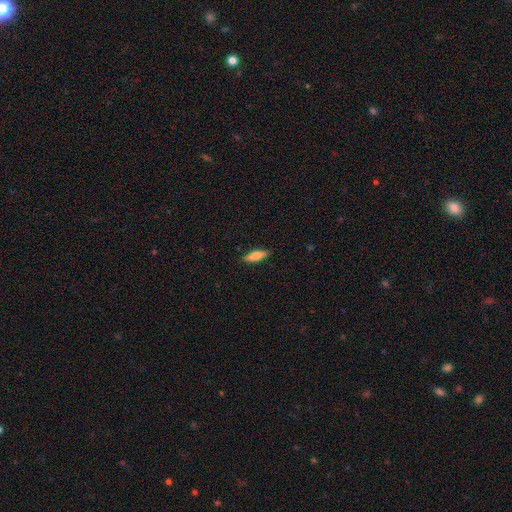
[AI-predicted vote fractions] A smooth galaxy with no disk features (77%) that is cigar-shaped (50%).

Vote fractions:
- Smooth or featured? smooth: 77% / featured or disk: 18% / star or artifact: 6%
- How rounded? cigar-shaped: 50% / in between: 48% / round: 2%
- Merging? none: 88% / minor disturbance: 9% / major disturbance: 2% / merger: 1%